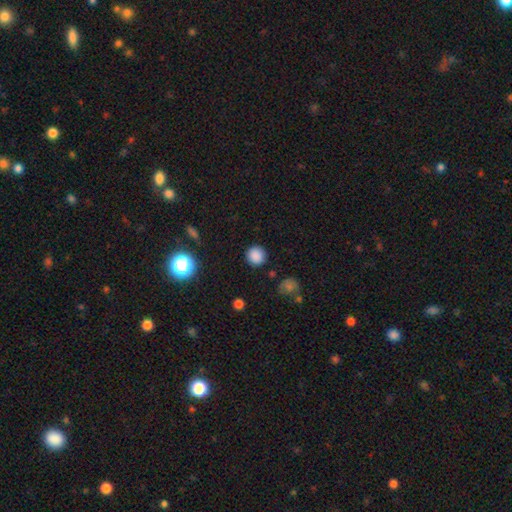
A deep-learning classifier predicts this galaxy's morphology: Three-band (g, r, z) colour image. It shows a smooth galaxy with no disk features (85%) that is round (93%). Merging: none (89%).